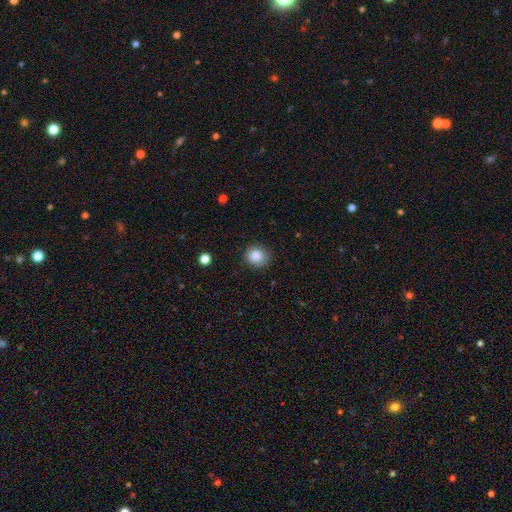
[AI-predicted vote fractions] This is clearly a smooth galaxy (86%). How rounded: clearly round (87%). Merging: clearly none (85%).